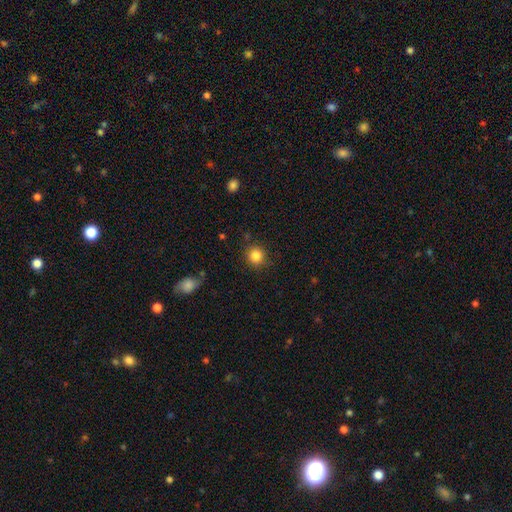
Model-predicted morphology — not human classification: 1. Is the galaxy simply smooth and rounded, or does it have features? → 85% smooth, 11% star or artifact, 4% featured or disk.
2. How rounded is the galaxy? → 92% round, 7% in between, 1% cigar-shaped.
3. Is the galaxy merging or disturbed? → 87% none, 9% minor disturbance, 3% major disturbance, 2% merger.